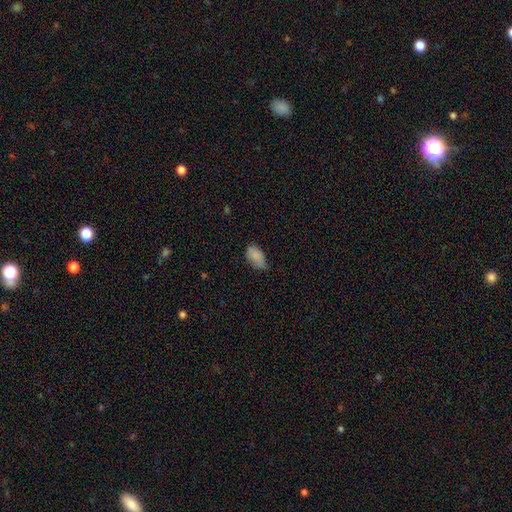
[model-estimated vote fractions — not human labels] A smooth galaxy with no disk features (84%) that is in between round and cigar-shaped (93%).

Vote fractions:
- Smooth or featured? smooth: 84% / star or artifact: 9% / featured or disk: 7%
- How rounded? in between: 93% / round: 5% / cigar-shaped: 2%
- Merging? none: 51% / minor disturbance: 39% / major disturbance: 8% / merger: 2%